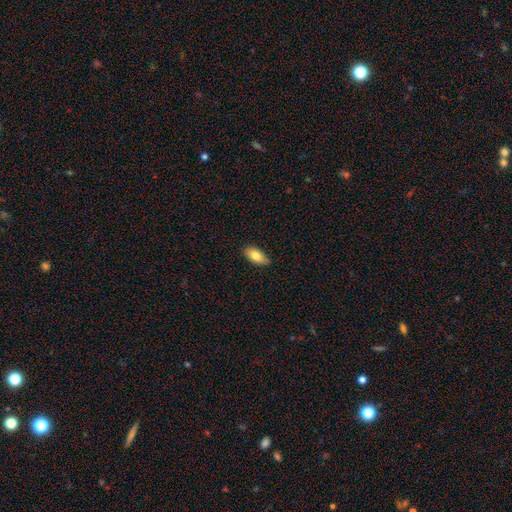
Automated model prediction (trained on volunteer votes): smooth_or_featured: smooth (p=0.79) [alt: featured or disk p=0.15]
how_rounded: in between (p=0.89) [alt: cigar-shaped p=0.07]
merging: none (p=0.81) [alt: minor disturbance p=0.16]